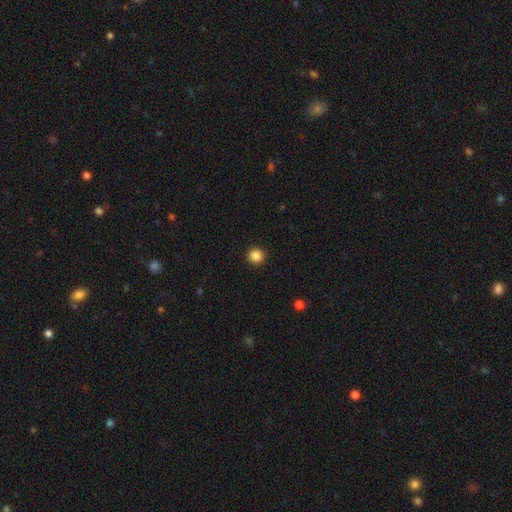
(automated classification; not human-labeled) Smooth or featured? Predicted: smooth (p=0.86). How rounded? Predicted: round (p=0.93). Merging? Predicted: none (p=0.93).